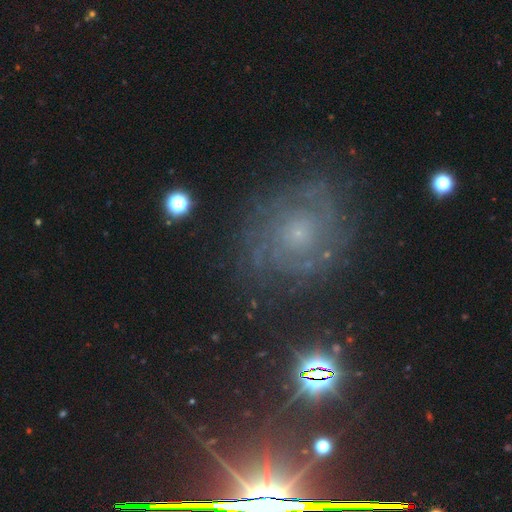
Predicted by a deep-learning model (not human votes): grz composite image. It shows a featured or disk galaxy (67%) with no bar (77%), tight (64%) spiral arms (91%) and a small central bulge (64%). Merging: none (76%).